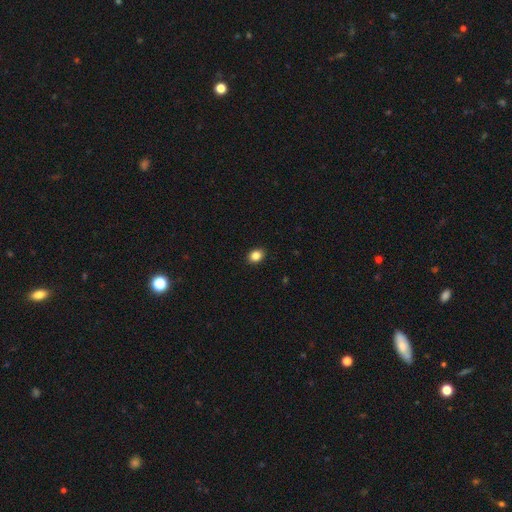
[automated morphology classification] smooth_or_featured: smooth (p=0.86) [alt: star or artifact p=0.10]
how_rounded: in between (p=0.57) [alt: round p=0.42]
merging: none (p=0.91) [alt: minor disturbance p=0.07]